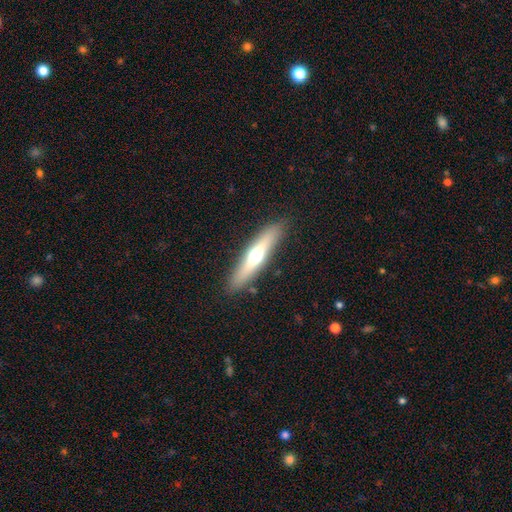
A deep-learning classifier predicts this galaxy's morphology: Q: Smooth or featured?
A: smooth (47%); tied with: featured or disk (47%)
Q: Merging?
A: none (88%); runner-up: minor disturbance (9%)